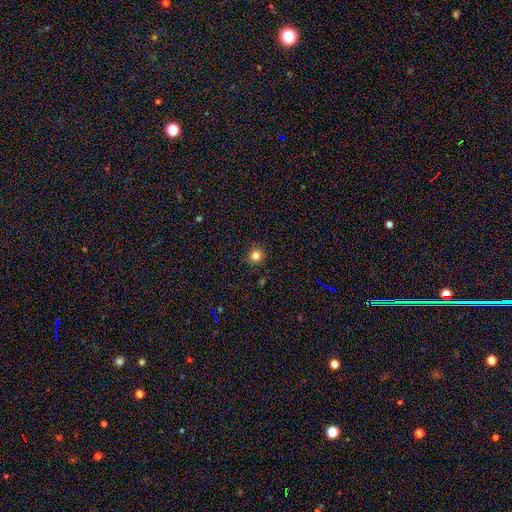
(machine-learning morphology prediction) type=smooth (81%); roundness=round (91%); merging=none (88%).